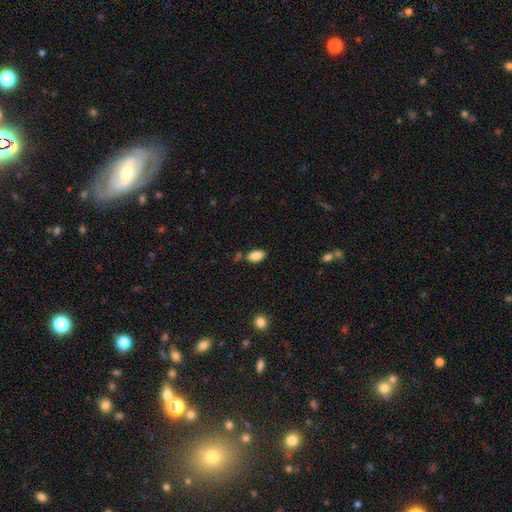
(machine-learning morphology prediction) The model was most divided on "merging": none: 73%, minor disturbance: 15%, merger: 8%, major disturbance: 4%. More confident: how rounded — in between (93%); smooth or featured — smooth (87%).